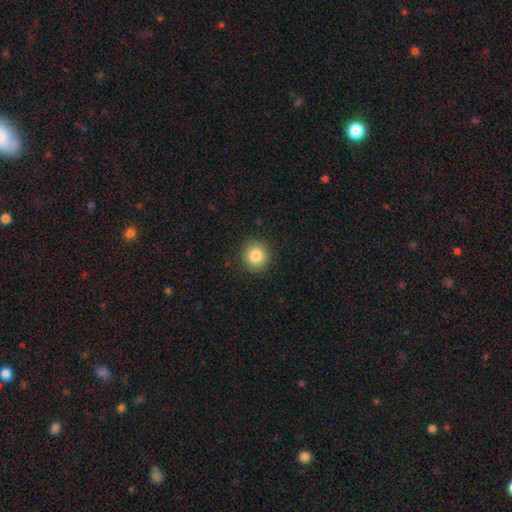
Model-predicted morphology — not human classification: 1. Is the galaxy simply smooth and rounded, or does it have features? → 85% smooth, 10% star or artifact, 6% featured or disk.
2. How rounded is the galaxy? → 93% round, 6% in between, 1% cigar-shaped.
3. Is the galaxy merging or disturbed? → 90% none, 7% minor disturbance, 2% major disturbance, 1% merger.